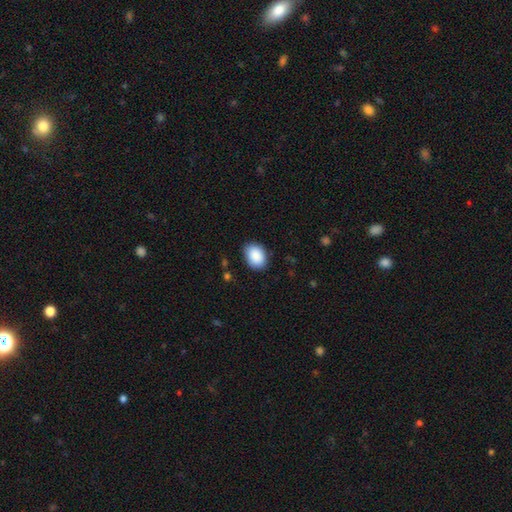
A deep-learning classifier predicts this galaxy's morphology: Smooth or featured: smooth — 90% (star or artifact — 7%)
How rounded: in between — 75% (round — 24%)
Merging: none — 84% (minor disturbance — 12%)